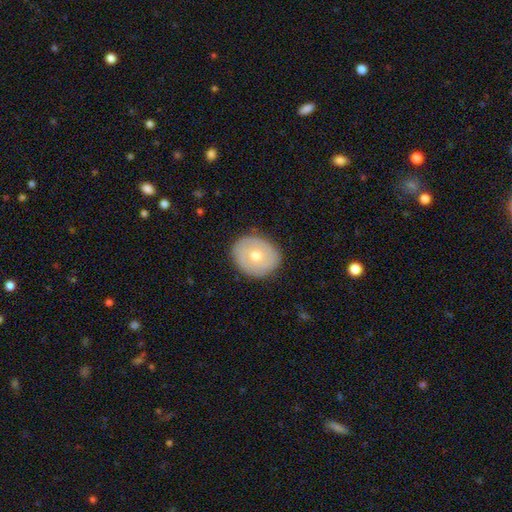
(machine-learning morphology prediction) Overall: smooth (56%; featured or disk 37%). How rounded: round (61%; in between 38%). Merging: none (86%).